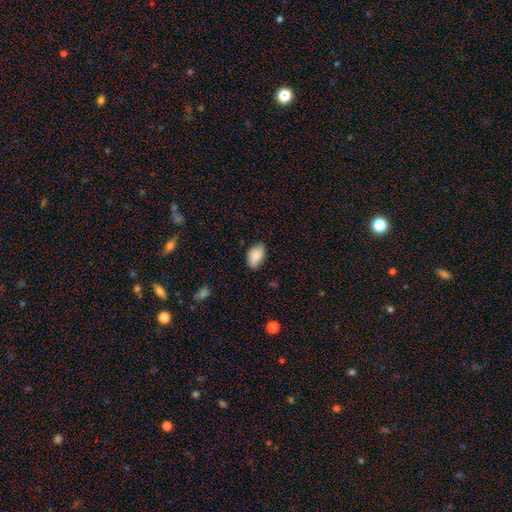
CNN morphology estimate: Smooth or featured: smooth — 82% (featured or disk — 10%)
How rounded: in between — 91% (round — 8%)
Merging: none — 67% (minor disturbance — 27%)